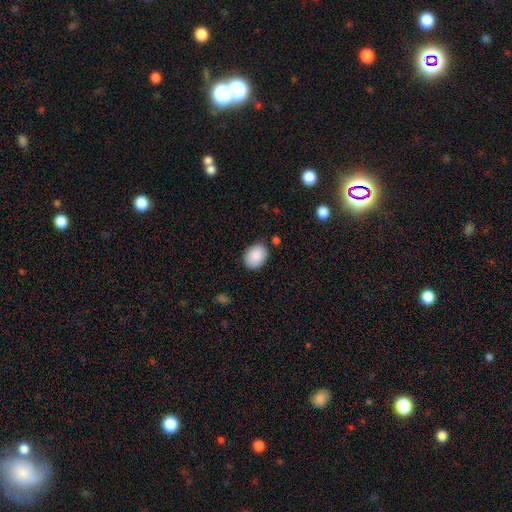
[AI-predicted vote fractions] A smooth galaxy with no disk features (89%) that is in between round and cigar-shaped (69%). Merging: none (82%).